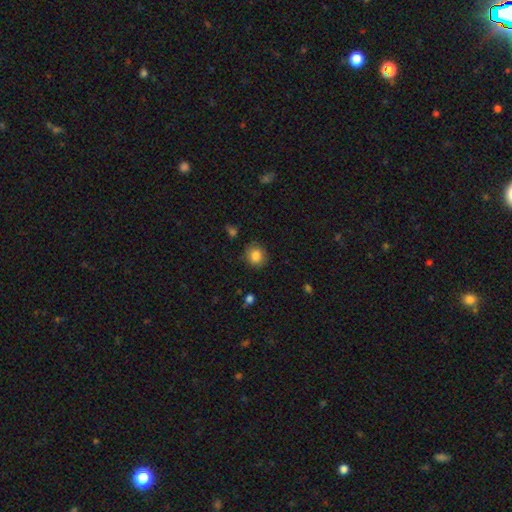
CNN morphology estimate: Smooth or featured: smooth — 84% (star or artifact — 10%)
How rounded: round — 82% (in between — 17%)
Merging: none — 85% (minor disturbance — 11%)